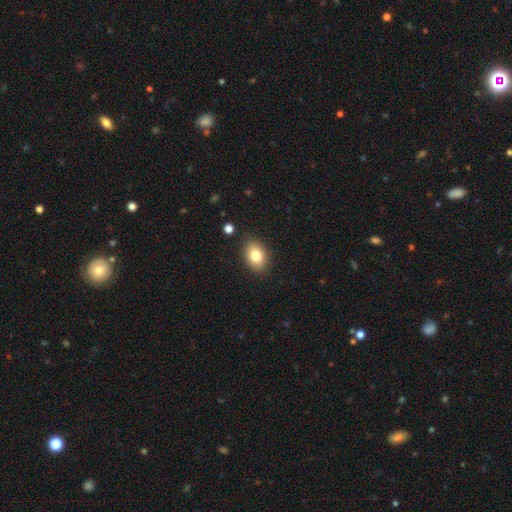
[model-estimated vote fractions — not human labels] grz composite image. It shows a smooth galaxy with no disk features (82%) that is in between round and cigar-shaped (83%). Merging: none (86%).